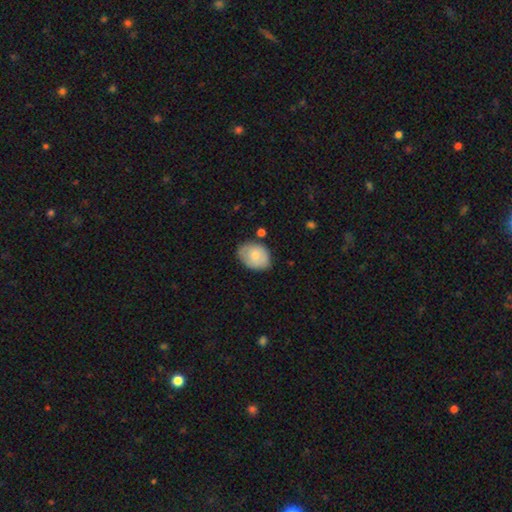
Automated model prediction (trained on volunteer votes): A smooth galaxy with no disk features (72%) that is in between round and cigar-shaped (68%). Merging: none (65%).